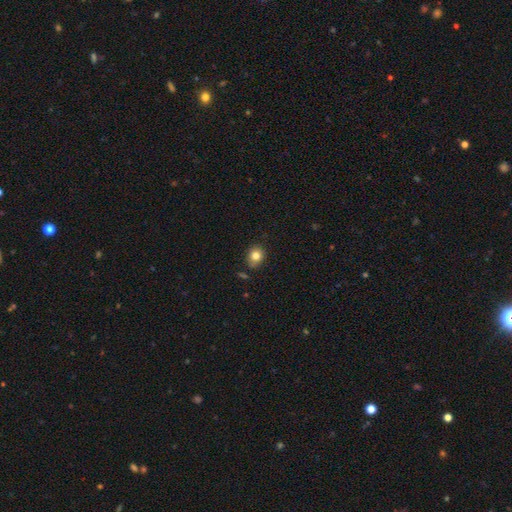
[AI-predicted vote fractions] This is clearly a smooth galaxy (82%). How rounded: likely round (70%). Merging: clearly none (81%).